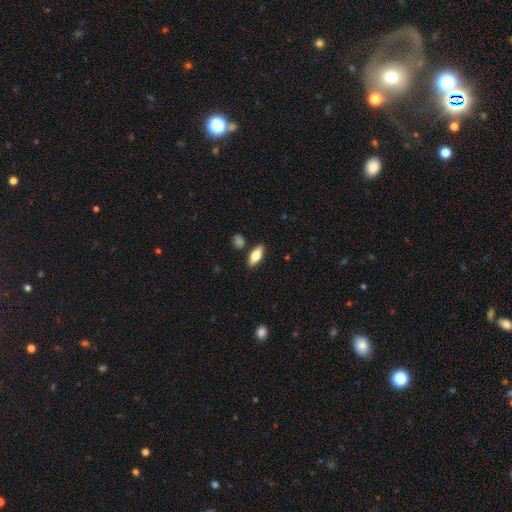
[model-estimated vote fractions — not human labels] smooth 71%, featured or disk 23%, star or artifact 6%. Down the decision tree: how rounded — in between (75%); merging — none (85%).